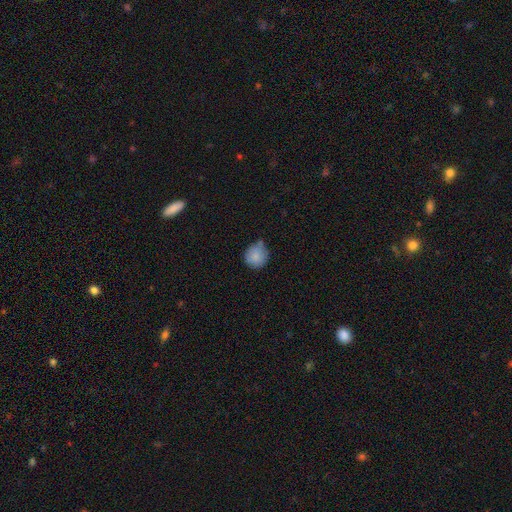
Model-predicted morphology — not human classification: Q: Smooth or featured?
A: smooth (85%); runner-up: star or artifact (8%)
Q: How rounded?
A: round (90%); runner-up: in between (9%)
Q: Merging?
A: none (59%); runner-up: minor disturbance (30%)